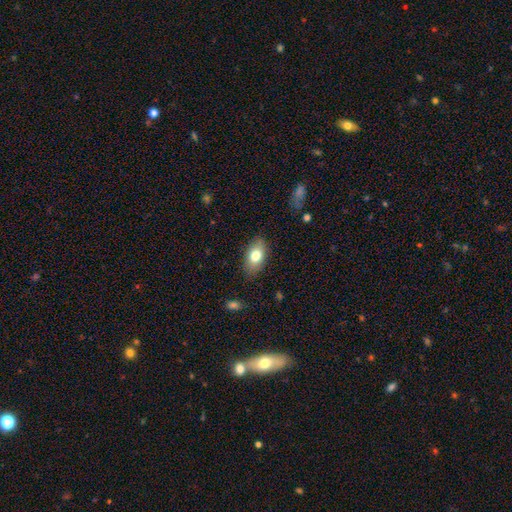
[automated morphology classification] Smooth or featured? Predicted: smooth (p=0.77). How rounded? Predicted: in between (p=0.89). Merging? Predicted: none (p=0.83).